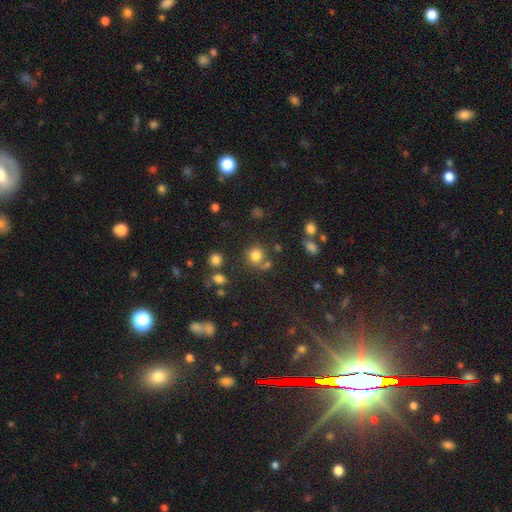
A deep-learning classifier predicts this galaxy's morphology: smooth_or_featured: smooth (p=0.79) [alt: star or artifact p=0.15]
how_rounded: round (p=0.89) [alt: in between p=0.10]
merging: none (p=0.70) [alt: merger p=0.15]